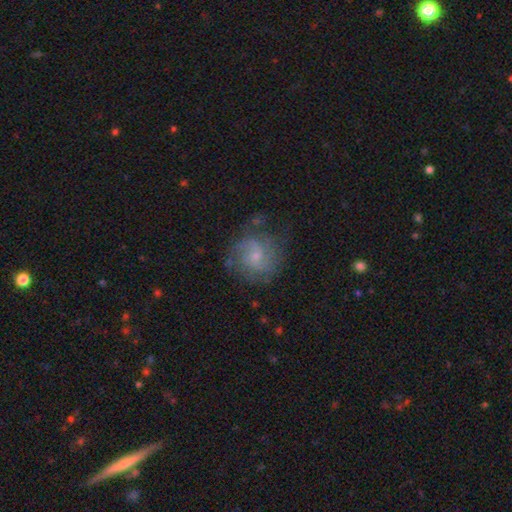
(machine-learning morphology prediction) Overall: featured or disk (62%; smooth 29%). Edge-on disk: no (98%). Bar: no (64%; weak 32%). Spiral arms: yes (84%). Spiral arm count: 2 (48%; can't tell 30%). Spiral winding: medium (43%; tight 38%). Bulge size: small (67%). Merging: none (64%).